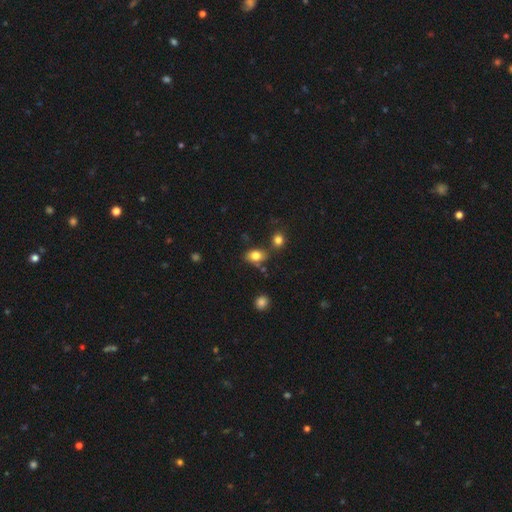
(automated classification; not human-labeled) A smooth galaxy with no disk features (81%) that is in between round and cigar-shaped (77%). Merging: none (65%).